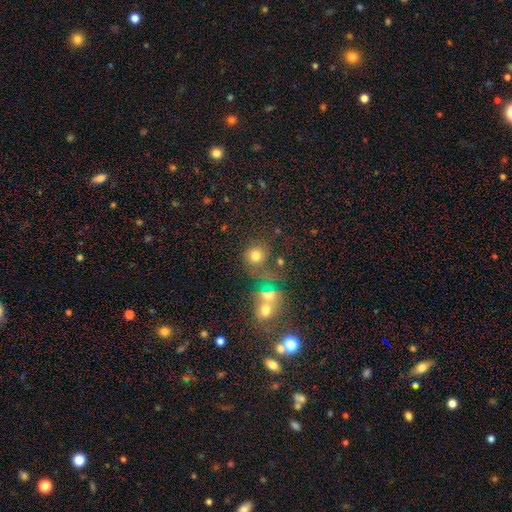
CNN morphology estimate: smooth 74%, star or artifact 16%, featured or disk 9%. Down the decision tree: how rounded — round (88%); merging — none (62%).